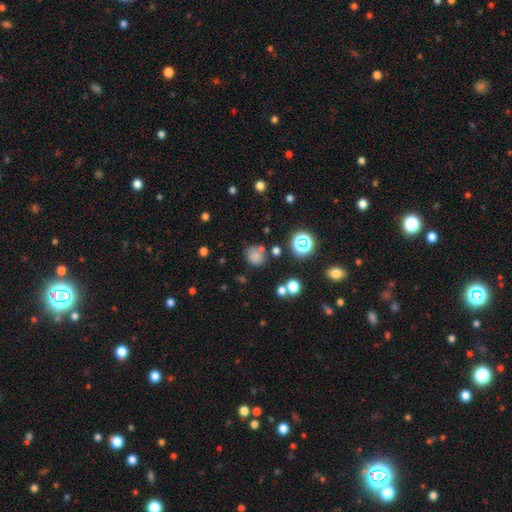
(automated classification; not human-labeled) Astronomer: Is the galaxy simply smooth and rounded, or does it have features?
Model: smooth — 74%.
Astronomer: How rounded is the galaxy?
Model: round — 84%.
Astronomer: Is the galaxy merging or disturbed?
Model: none — 69%.